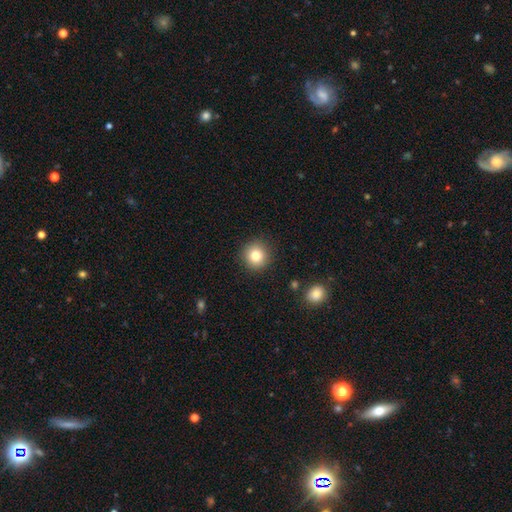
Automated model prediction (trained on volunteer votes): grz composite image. It shows a smooth galaxy with no disk features (81%) that is round (93%). Merging: none (90%).